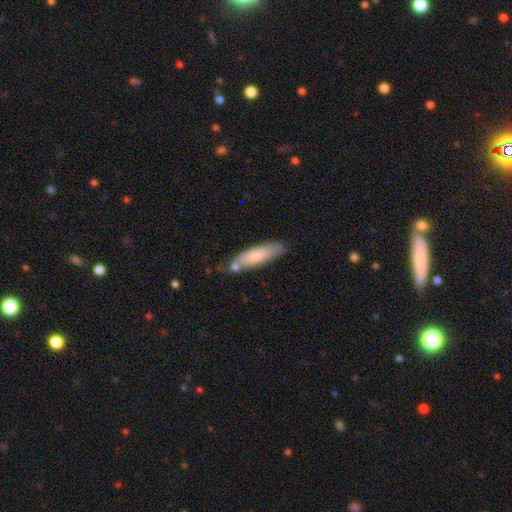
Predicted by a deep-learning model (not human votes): smooth-or-featured: smooth: 74% | featured or disk: 21% | star or artifact: 6%
  how-rounded: cigar-shaped: 61% | in between: 38% | round: 2%
  merging: none: 62% | minor disturbance: 20% | merger: 13% | major disturbance: 5%